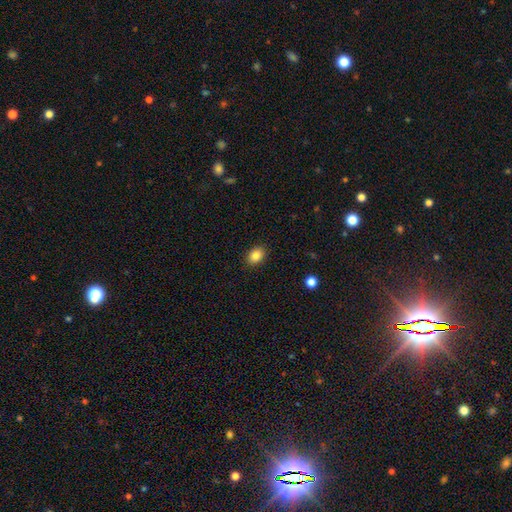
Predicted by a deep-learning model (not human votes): A smooth galaxy with no disk features (86%) that is in between round and cigar-shaped (67%). Merging: none (89%).